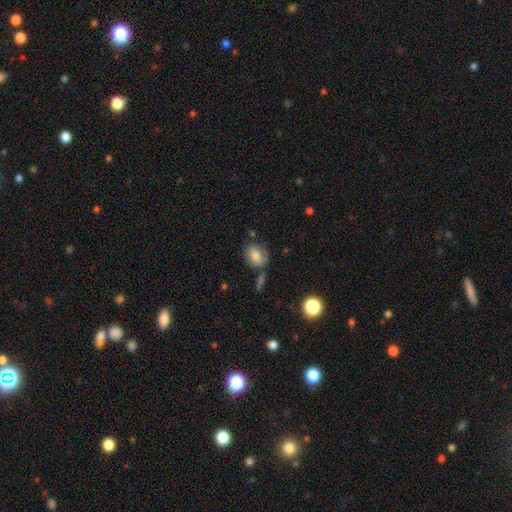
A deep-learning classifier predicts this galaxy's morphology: A smooth galaxy with no disk features (73%) that is in between round and cigar-shaped (64%). Merging: none (61%).